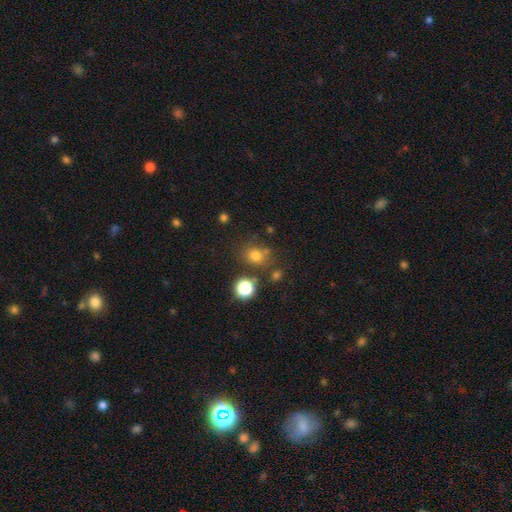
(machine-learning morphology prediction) The model was most divided on "how rounded": round: 70%, in between: 29%, cigar-shaped: 1%. More confident: smooth or featured — smooth (74%); merging — none (70%).